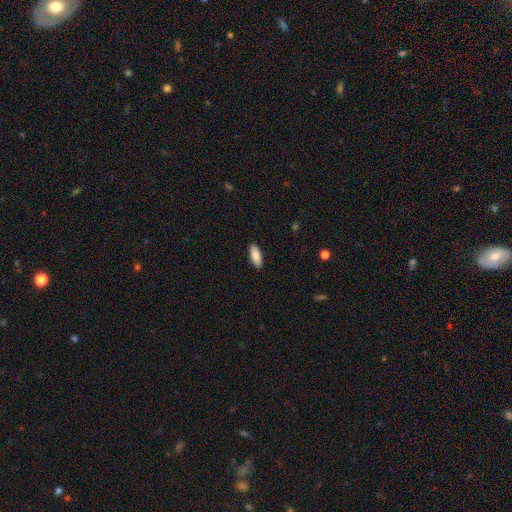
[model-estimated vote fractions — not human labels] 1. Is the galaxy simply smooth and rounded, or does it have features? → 89% smooth, 6% star or artifact, 6% featured or disk.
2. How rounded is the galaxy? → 74% in between, 24% cigar-shaped, 2% round.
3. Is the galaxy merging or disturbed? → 89% none, 8% minor disturbance, 2% major disturbance, 1% merger.